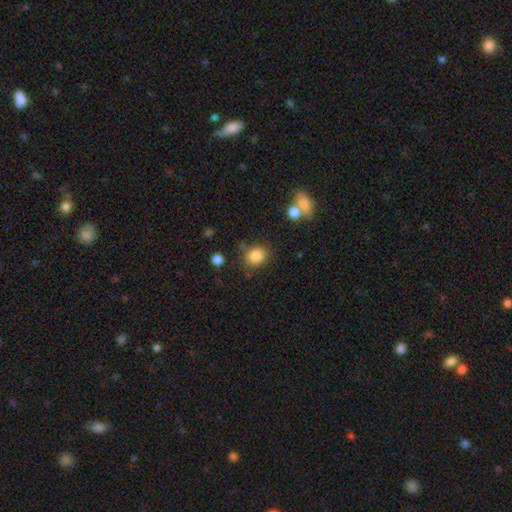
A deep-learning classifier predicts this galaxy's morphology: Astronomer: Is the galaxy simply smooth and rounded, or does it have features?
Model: smooth — 84%.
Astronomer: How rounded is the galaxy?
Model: round — 66%.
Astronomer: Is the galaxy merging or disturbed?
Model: none — 76%.